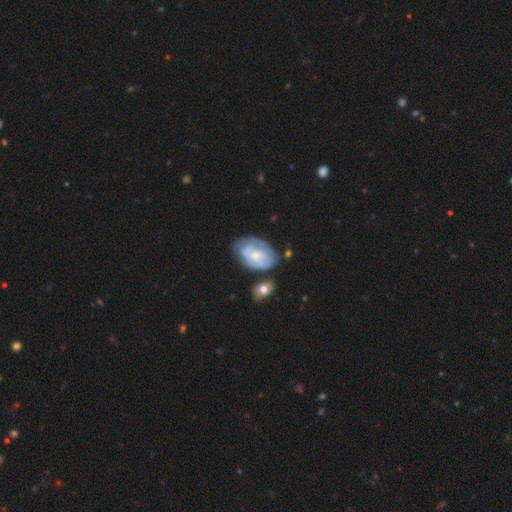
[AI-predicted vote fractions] Morphology: type=featured or disk (62%); edge-on=no (96%); bar=no (72%); spiral arms=yes (66%); bulge=small (52%); merging=none (55%).